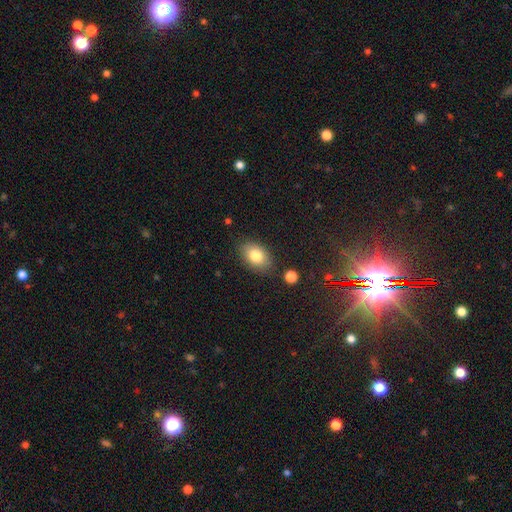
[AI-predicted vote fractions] Smooth or featured?
  - smooth: 81% *
  - featured or disk: 11%
  - star or artifact: 8%
How rounded?
  - in between: 86% *
  - round: 13%
  - cigar-shaped: 1%
Merging?
  - none: 82% *
  - minor disturbance: 13%
  - major disturbance: 3%
  - merger: 3%